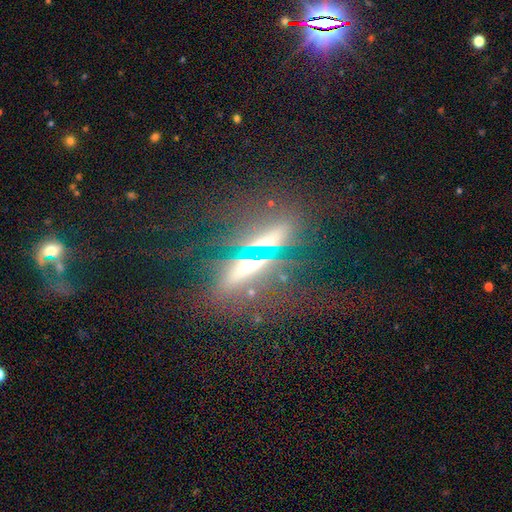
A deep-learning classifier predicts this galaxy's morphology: type=featured or disk (38%); merging=none (68%).